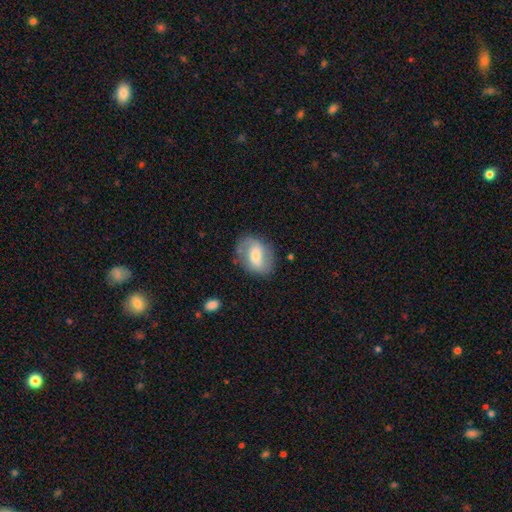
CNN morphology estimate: Overall: featured or disk (50%; smooth 43%). Merging: none (75%).